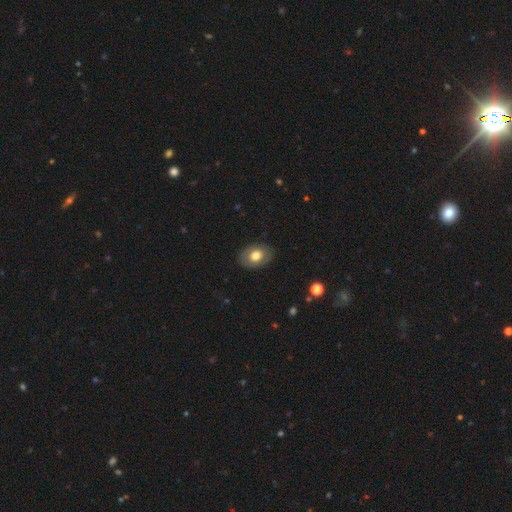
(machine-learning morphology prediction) This is likely a smooth galaxy (71%). How rounded: likely in between (77%). Merging: clearly none (86%).